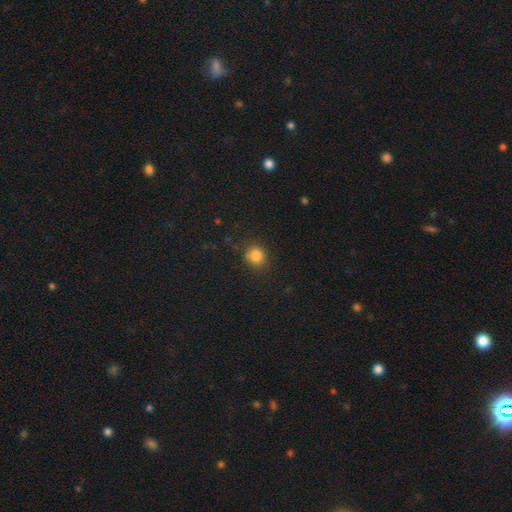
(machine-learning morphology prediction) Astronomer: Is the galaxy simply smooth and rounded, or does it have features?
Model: smooth — 84%.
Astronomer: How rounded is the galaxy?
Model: round — 75%.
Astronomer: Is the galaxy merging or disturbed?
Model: none — 82%.